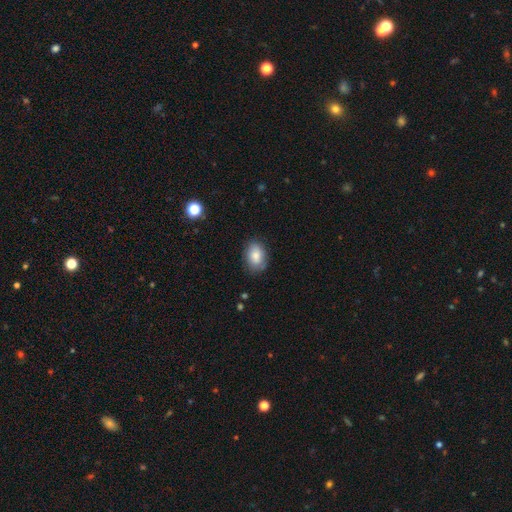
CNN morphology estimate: A smooth galaxy with no disk features (84%) that is in between round and cigar-shaped (82%). Merging: none (79%).